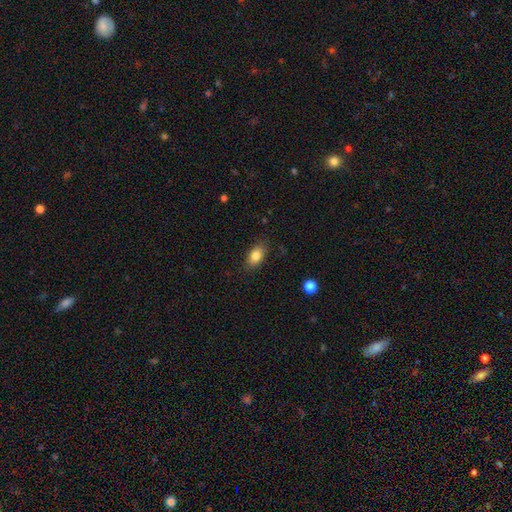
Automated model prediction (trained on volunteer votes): Smooth or featured? Predicted: smooth (p=0.84). How rounded? Predicted: in between (p=0.88). Merging? Predicted: none (p=0.83).